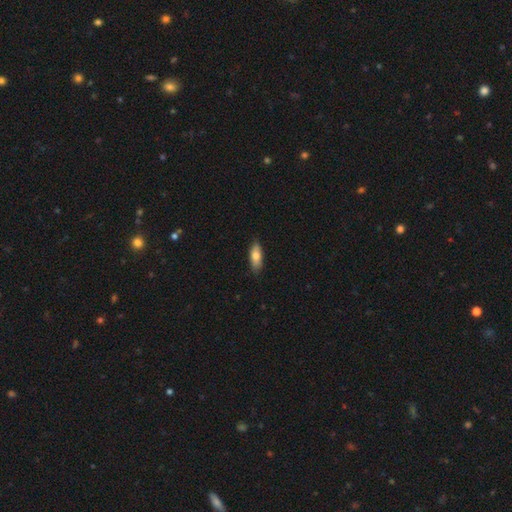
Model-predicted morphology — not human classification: Smooth or featured: smooth — 74% (featured or disk — 20%)
How rounded: in between — 70% (cigar-shaped — 27%)
Merging: none — 85% (minor disturbance — 12%)